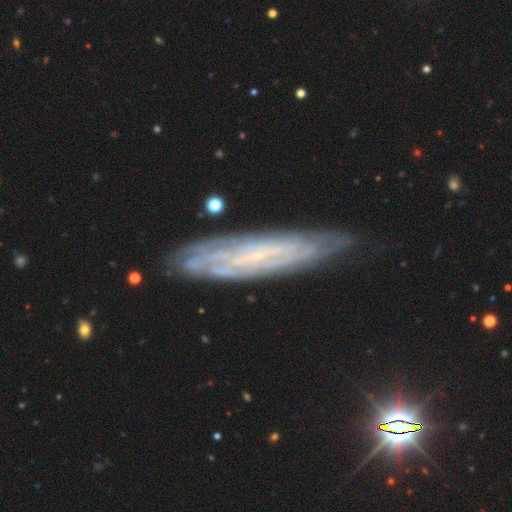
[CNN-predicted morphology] A featured or disk galaxy (72%).

Vote fractions:
- Smooth or featured? featured or disk: 72% / smooth: 19% / star or artifact: 9%
- Edge-on disk? no: 59% / yes: 41%
- Merging? none: 78% / minor disturbance: 16% / major disturbance: 4% / merger: 2%